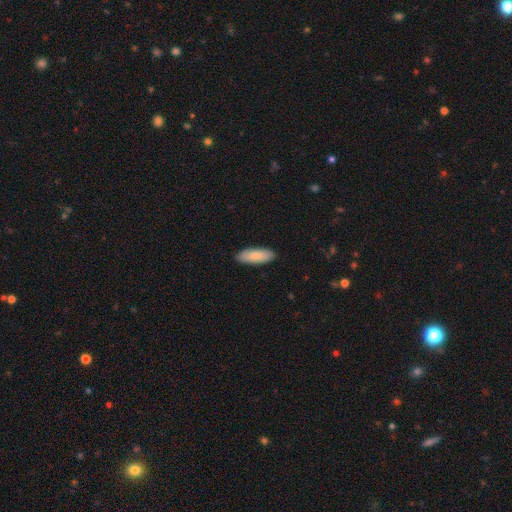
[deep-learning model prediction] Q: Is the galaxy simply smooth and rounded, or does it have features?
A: smooth — 83%.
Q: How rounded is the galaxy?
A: in between — 69%.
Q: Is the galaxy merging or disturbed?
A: none — 89%.